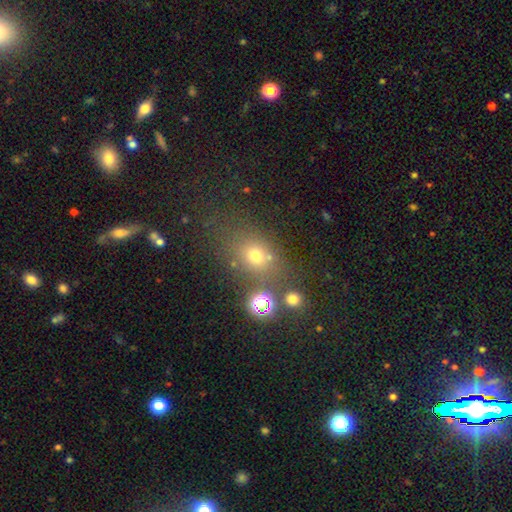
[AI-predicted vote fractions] smooth 63%, star or artifact 24%, featured or disk 12%. Down the decision tree: how rounded — round (52%); merging — none (64%).